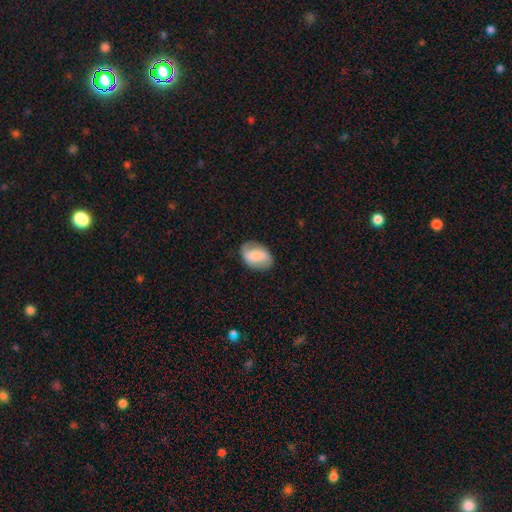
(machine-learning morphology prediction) This appears to be a smooth galaxy with no disk features (63%) that is in between round and cigar-shaped (83%). Merging: none (77%).